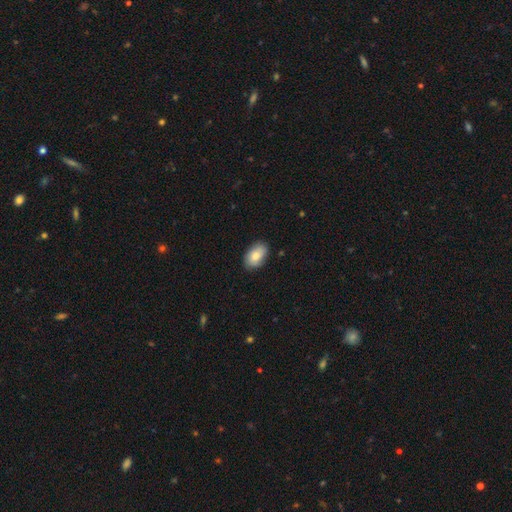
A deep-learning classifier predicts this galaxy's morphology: Overall: smooth (82%). How rounded: in between (91%). Merging: none (84%).